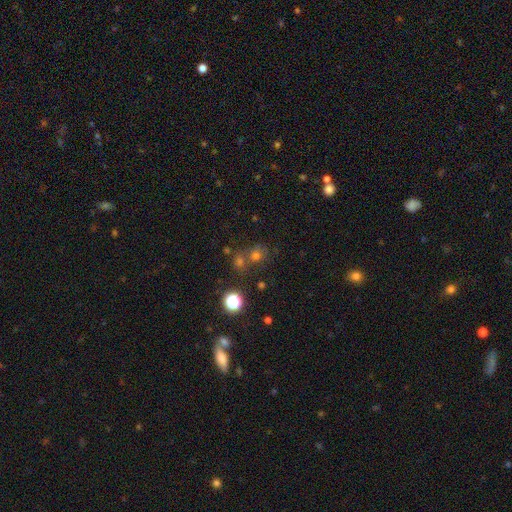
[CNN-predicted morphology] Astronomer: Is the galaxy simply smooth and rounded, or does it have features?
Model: smooth — 59%.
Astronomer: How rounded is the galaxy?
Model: round — 81%.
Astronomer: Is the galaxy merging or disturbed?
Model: none — 58%.